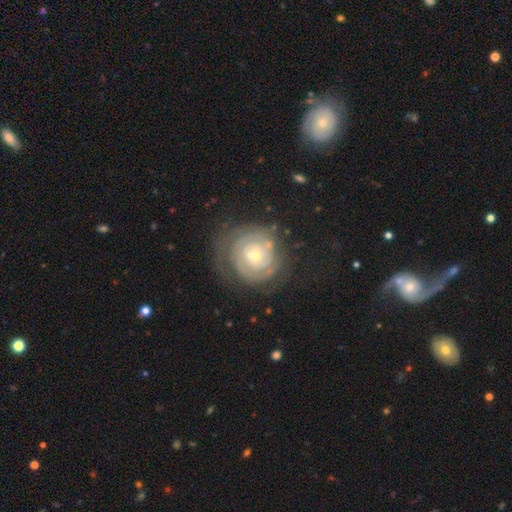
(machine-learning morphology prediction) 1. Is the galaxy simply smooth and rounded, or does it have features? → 80% featured or disk, 13% smooth, 6% star or artifact.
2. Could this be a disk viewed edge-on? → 97% no, 3% yes.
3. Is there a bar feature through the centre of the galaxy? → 62% no, 30% weak, 8% strong.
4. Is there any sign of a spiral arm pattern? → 90% yes, 10% no.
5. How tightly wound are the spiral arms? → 80% tight, 15% medium, 5% loose.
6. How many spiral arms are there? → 41% can't tell, 31% 2, 12% 3, 6% 4, 5% 1, 4% more than 4.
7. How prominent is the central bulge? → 63% small, 33% moderate, 2% large, 1% none, 1% dominant.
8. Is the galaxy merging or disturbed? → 70% none, 17% minor disturbance, 11% major disturbance, 2% merger.